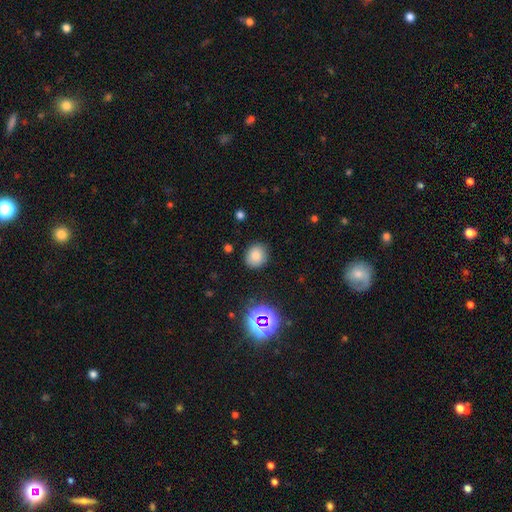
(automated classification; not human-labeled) Smooth or featured? smooth (79%)
How rounded? round (74%)
Merging? none (86%)